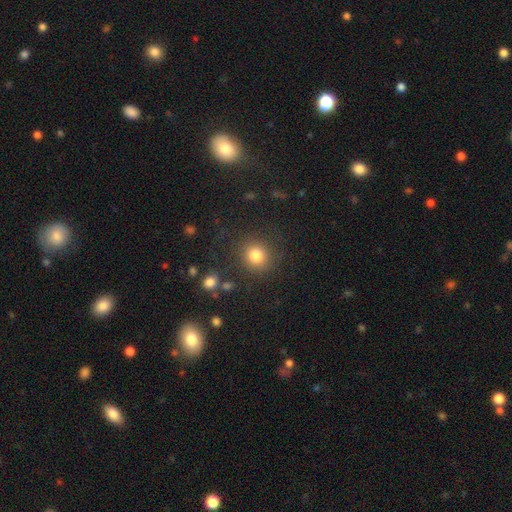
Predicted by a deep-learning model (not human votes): This is clearly a smooth galaxy (81%). How rounded: clearly round (87%). Merging: clearly none (83%).